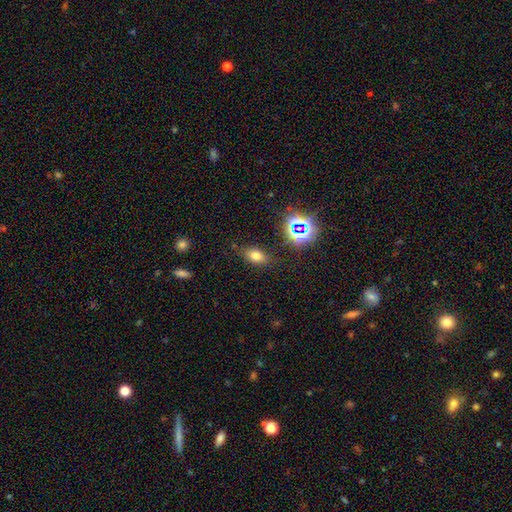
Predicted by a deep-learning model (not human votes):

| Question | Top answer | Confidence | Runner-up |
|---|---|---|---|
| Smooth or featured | smooth | 68% | star or artifact (21%) |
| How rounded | in between | 78% | round (17%) |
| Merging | none | 80% | minor disturbance (13%) |